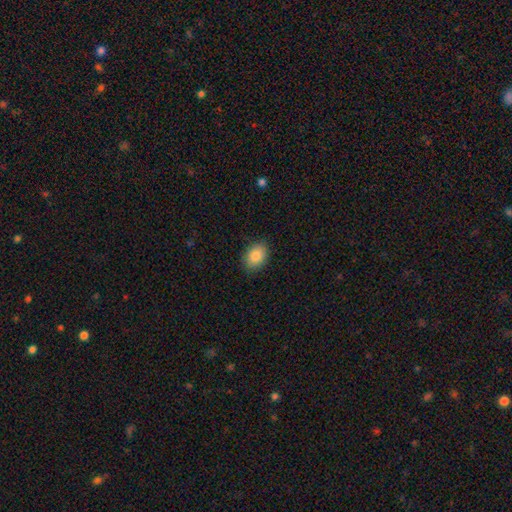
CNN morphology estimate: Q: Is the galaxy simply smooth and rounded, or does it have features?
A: smooth — 86%.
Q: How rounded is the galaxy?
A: in between — 73%.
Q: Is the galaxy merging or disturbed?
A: none — 86%.